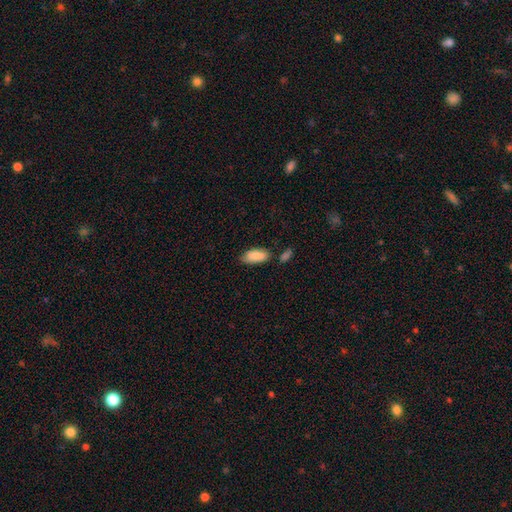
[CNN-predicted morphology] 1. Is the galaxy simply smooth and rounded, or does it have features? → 87% smooth, 7% featured or disk, 6% star or artifact.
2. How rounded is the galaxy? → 86% in between, 12% cigar-shaped, 2% round.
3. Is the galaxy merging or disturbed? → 68% none, 18% minor disturbance, 10% merger, 4% major disturbance.